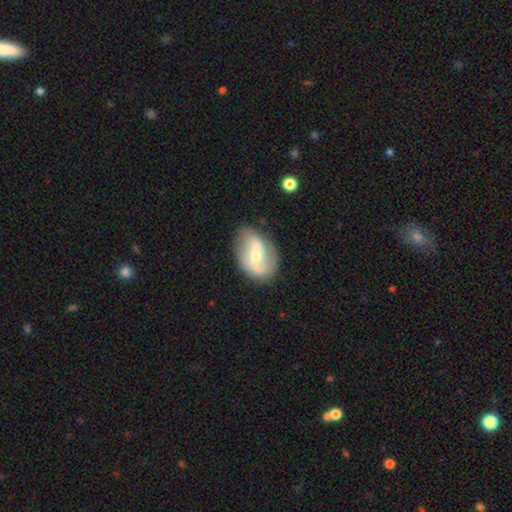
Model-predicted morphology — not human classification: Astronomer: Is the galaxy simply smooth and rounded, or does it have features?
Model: featured or disk — 72%.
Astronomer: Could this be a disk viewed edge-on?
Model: no — 95%.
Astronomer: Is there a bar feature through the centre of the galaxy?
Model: strong — 41%, tied with weak at 41%.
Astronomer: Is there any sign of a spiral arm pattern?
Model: yes — 81%.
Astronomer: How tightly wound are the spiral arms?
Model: loose — 61%.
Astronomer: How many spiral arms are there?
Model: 2 — 84%.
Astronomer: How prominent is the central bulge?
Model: moderate — 47% (runner-up: small, 46%).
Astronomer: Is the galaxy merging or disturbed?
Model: none — 76%.